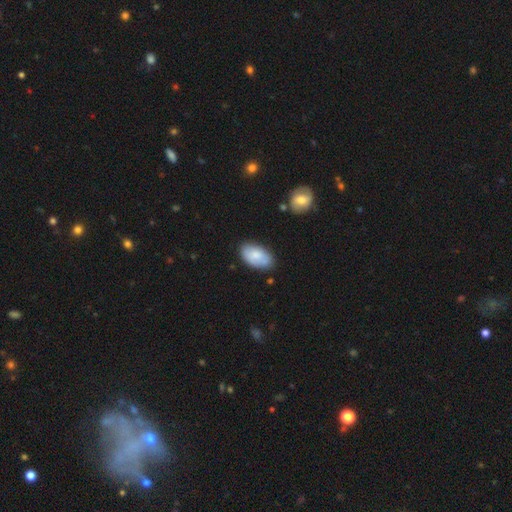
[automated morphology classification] This appears to be a smooth galaxy with no disk features (79%) that is in between round and cigar-shaped (95%). Merging: none (76%).